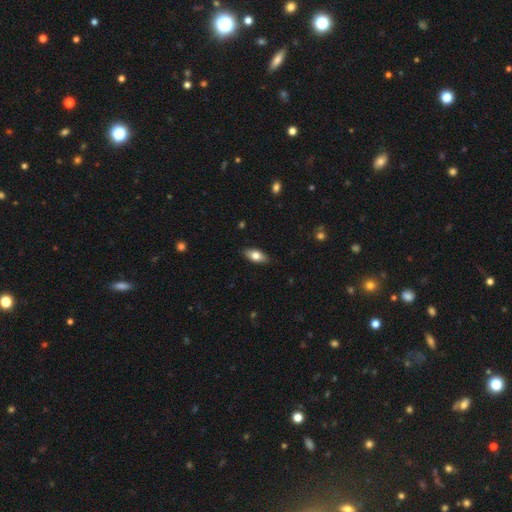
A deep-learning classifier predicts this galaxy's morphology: This is likely a smooth galaxy (74%). How rounded: clearly in between (86%). Merging: clearly none (88%).